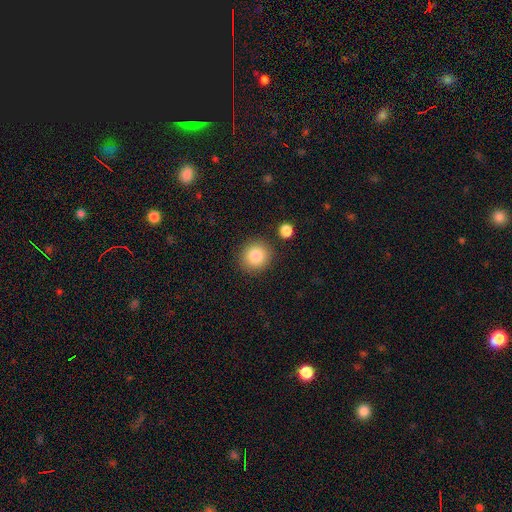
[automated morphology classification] A smooth galaxy with no disk features (85%) that is round (89%).

Vote fractions:
- Smooth or featured? smooth: 85% / star or artifact: 9% / featured or disk: 6%
- How rounded? round: 89% / in between: 10% / cigar-shaped: 1%
- Merging? none: 86% / minor disturbance: 8% / merger: 4% / major disturbance: 3%